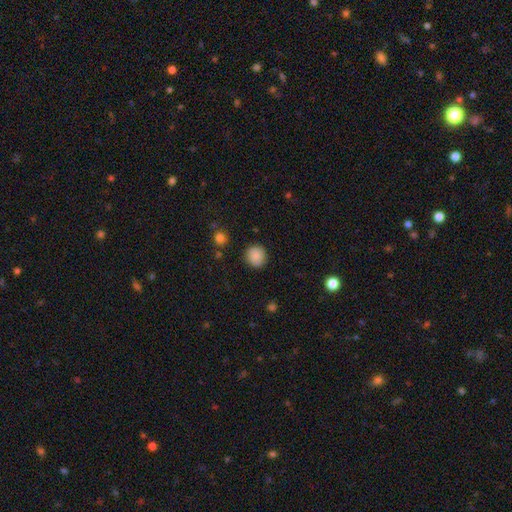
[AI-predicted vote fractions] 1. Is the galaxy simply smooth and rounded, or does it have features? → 88% smooth, 9% star or artifact, 4% featured or disk.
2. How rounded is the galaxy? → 89% round, 10% in between, 1% cigar-shaped.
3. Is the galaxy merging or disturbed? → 86% none, 10% minor disturbance, 3% major disturbance, 1% merger.